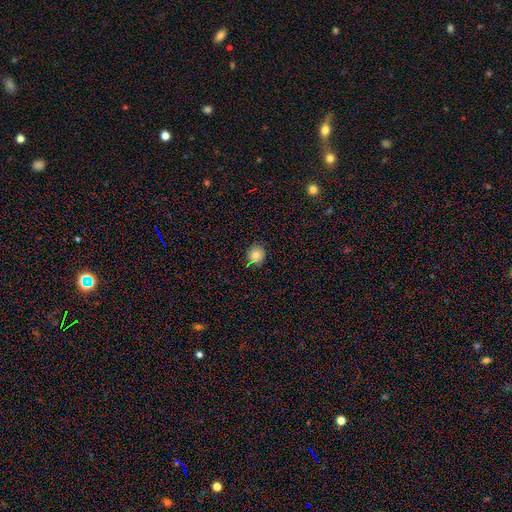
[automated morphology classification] A smooth galaxy with no disk features (79%) that is round (84%).

Vote fractions:
- Smooth or featured? smooth: 79% / star or artifact: 13% / featured or disk: 8%
- How rounded? round: 84% / in between: 15% / cigar-shaped: 1%
- Merging? none: 79% / minor disturbance: 16% / major disturbance: 3% / merger: 3%